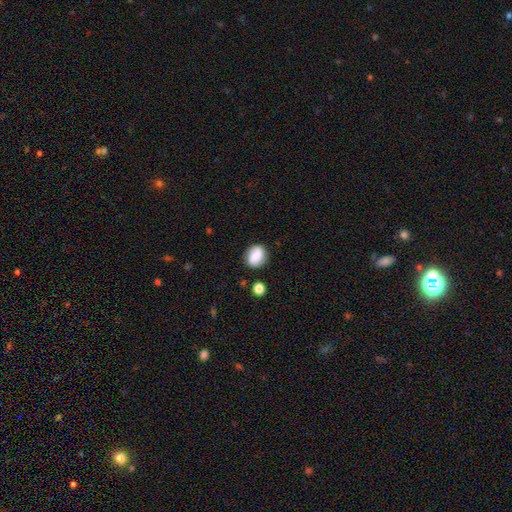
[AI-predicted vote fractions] Smooth or featured? Predicted: smooth (p=0.78). How rounded? Predicted: in between (p=0.56). Merging? Predicted: none (p=0.76).